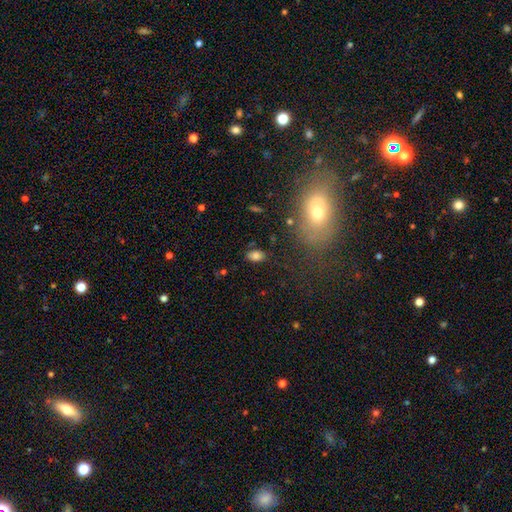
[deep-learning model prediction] smooth-or-featured: smooth: 79% | star or artifact: 12% | featured or disk: 9%
  how-rounded: in between: 88% | round: 10% | cigar-shaped: 2%
  merging: none: 82% | minor disturbance: 12% | major disturbance: 4% | merger: 2%